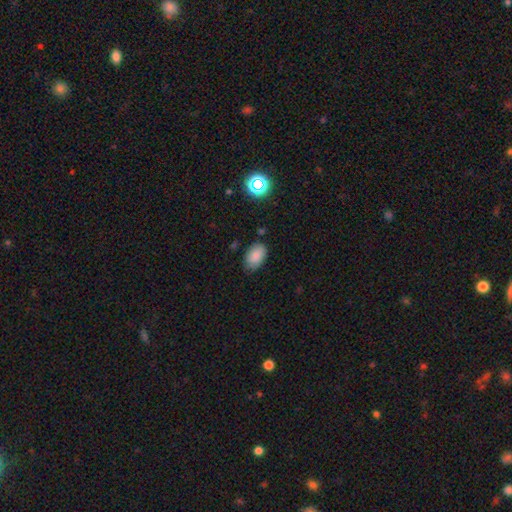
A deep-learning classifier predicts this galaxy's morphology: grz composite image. It shows a smooth galaxy with no disk features (83%) that is in between round and cigar-shaped (91%). Merging: none (76%).